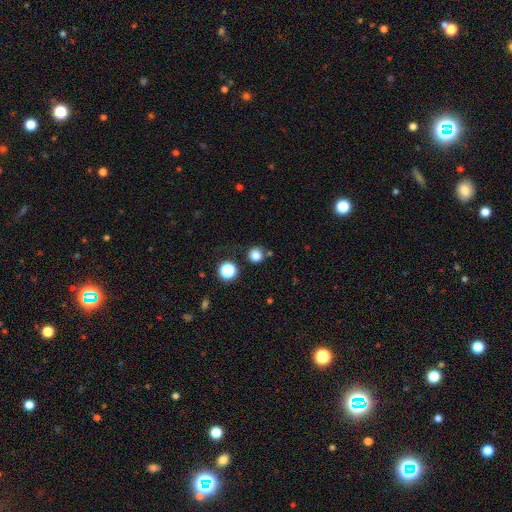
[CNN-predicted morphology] A smooth galaxy with no disk features (80%) that is round (94%). Merging: none (81%).